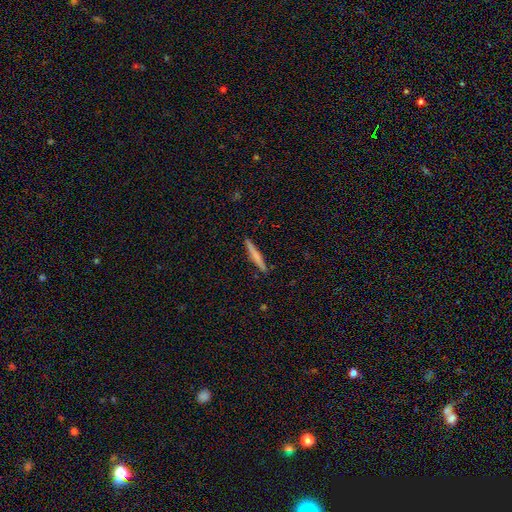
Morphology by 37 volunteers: This appears to be a smooth galaxy with no disk features (51%) that is cigar-shaped (95%). Merging: none (91%).